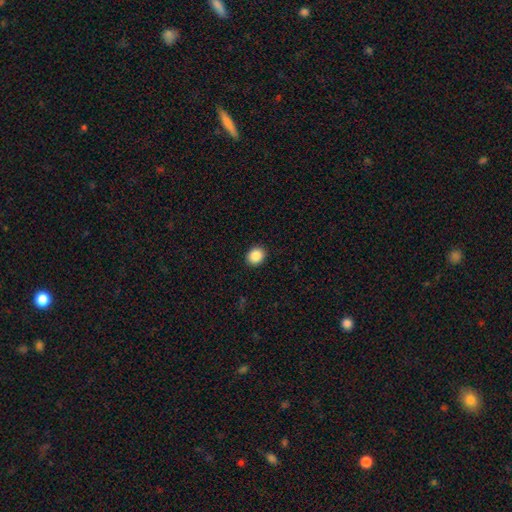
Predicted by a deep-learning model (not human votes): This is clearly a smooth galaxy (88%). How rounded: likely round (62%). Merging: clearly none (91%).